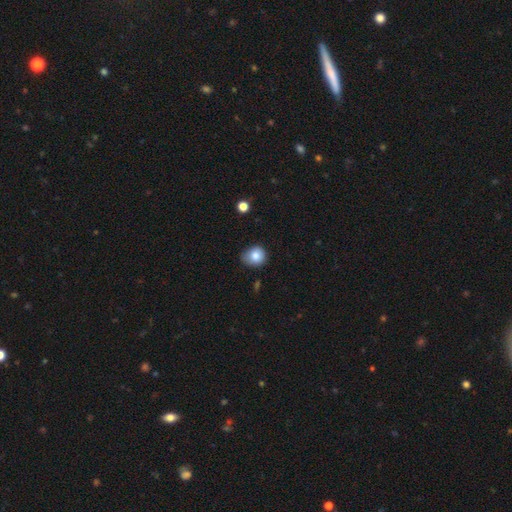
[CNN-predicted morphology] Smooth or featured? smooth (83%)
How rounded? round (73%)
Merging? none (61%)